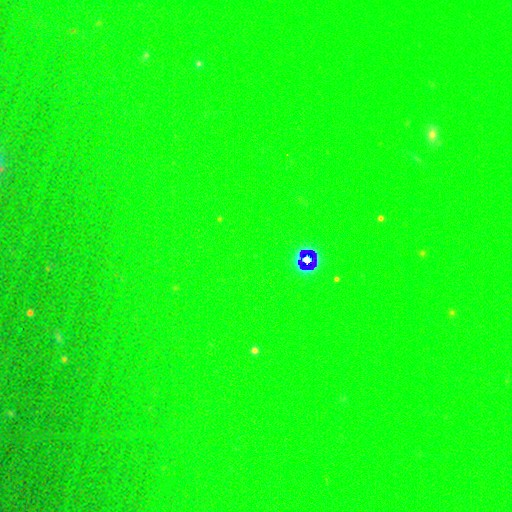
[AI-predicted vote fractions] A star or artifact, not a galaxy (77%).

Vote fractions:
- Smooth or featured? star or artifact: 77% / smooth: 14% / featured or disk: 8%